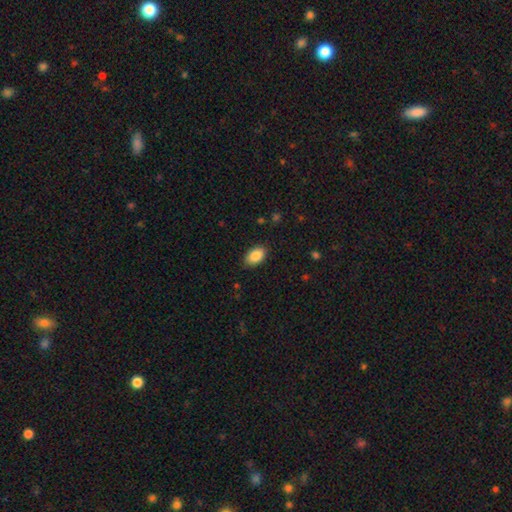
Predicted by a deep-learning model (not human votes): The model was most divided on "merging": none: 85%, minor disturbance: 11%, major disturbance: 2%, merger: 1%. More confident: how rounded — in between (91%); smooth or featured — smooth (87%).